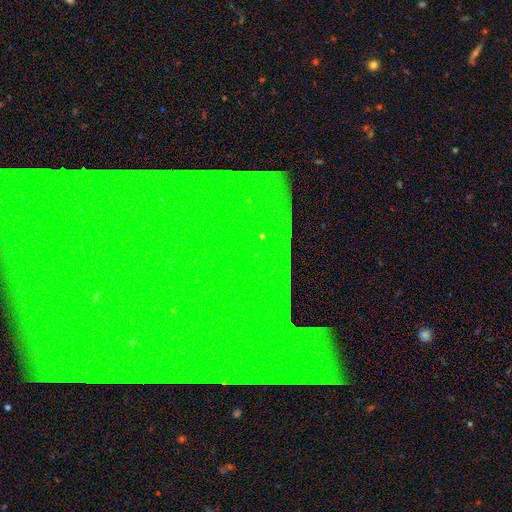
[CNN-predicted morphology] Q: Smooth or featured?
A: star or artifact (85%); runner-up: featured or disk (8%)